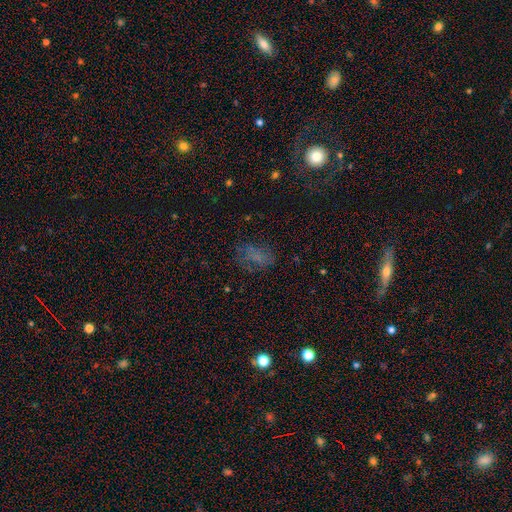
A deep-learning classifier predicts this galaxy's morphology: A smooth galaxy with no disk features (49%). Merging: none (58%).